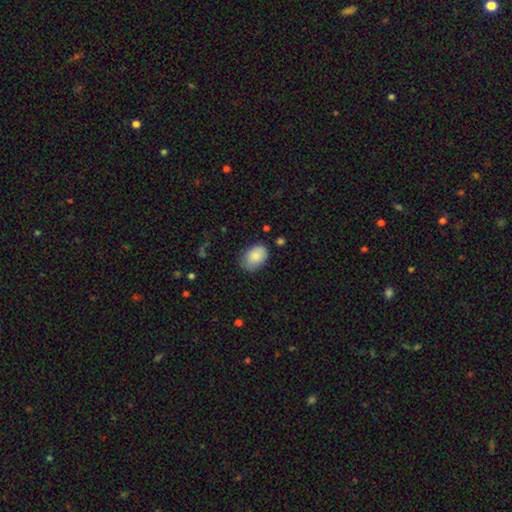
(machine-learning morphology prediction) smooth_or_featured: smooth (p=0.86) [alt: featured or disk p=0.08]
how_rounded: in between (p=0.84) [alt: round p=0.15]
merging: none (p=0.72) [alt: minor disturbance p=0.22]